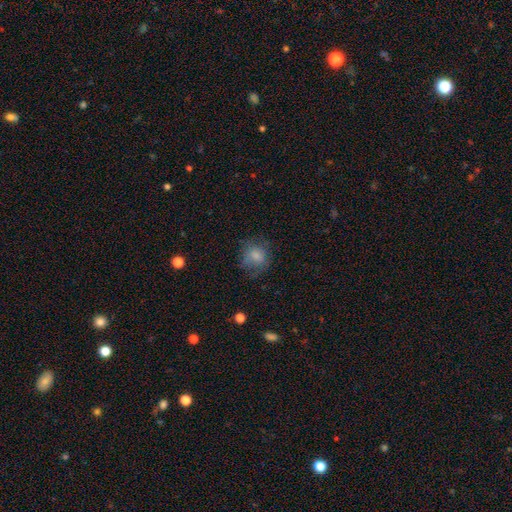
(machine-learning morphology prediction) Smooth or featured: smooth — 75% (featured or disk — 15%)
How rounded: round — 70% (in between — 29%)
Merging: none — 61% (minor disturbance — 22%)